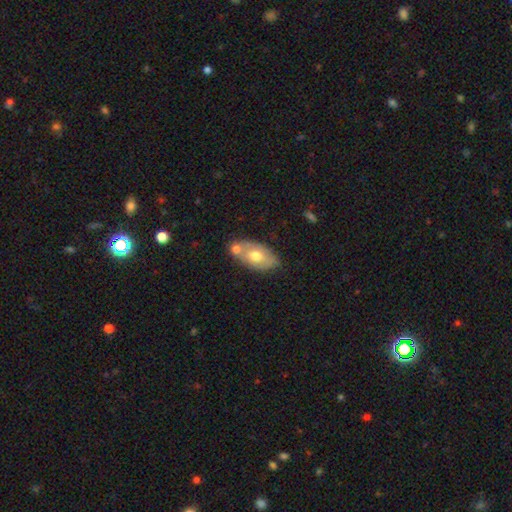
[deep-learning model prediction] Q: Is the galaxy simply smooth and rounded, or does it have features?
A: smooth — 54%.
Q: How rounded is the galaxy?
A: in between — 90%.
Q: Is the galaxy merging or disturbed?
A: none — 49%.